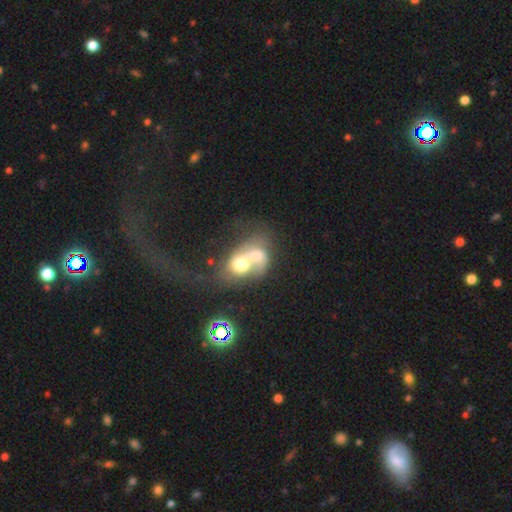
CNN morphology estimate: type=smooth (51%); roundness=in between (54%); merging=merger (81%).